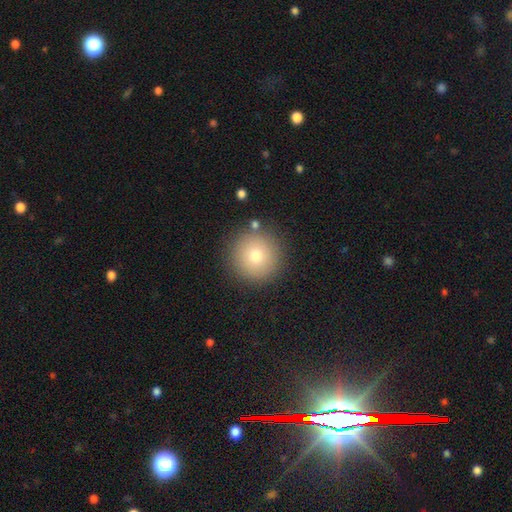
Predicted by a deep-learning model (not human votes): This is likely a smooth galaxy (74%). How rounded: clearly round (96%). Merging: clearly none (87%).